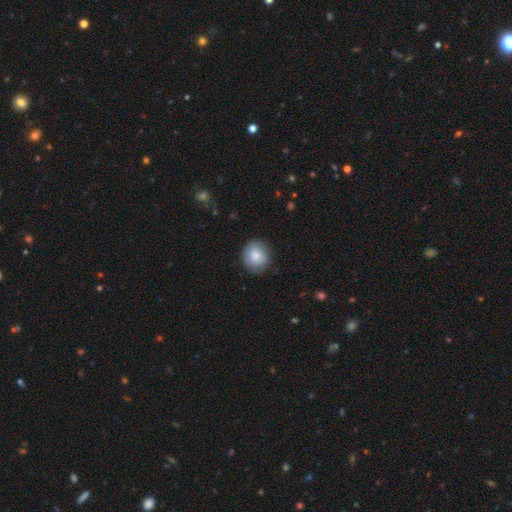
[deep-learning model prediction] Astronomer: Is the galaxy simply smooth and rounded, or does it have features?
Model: smooth — 83%.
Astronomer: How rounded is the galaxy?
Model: round — 79%.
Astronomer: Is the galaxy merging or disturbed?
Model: none — 84%.